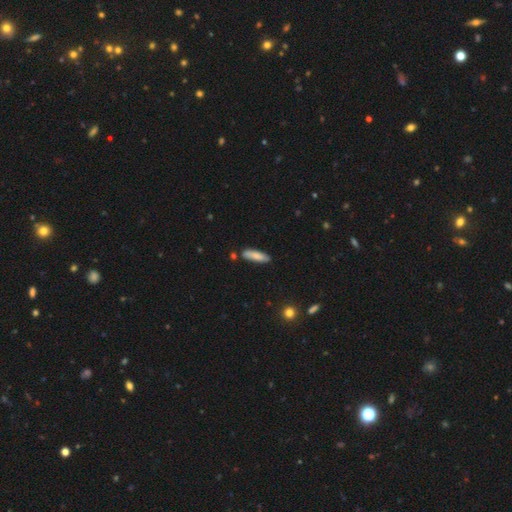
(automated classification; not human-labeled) This is likely a smooth galaxy (77%). How rounded: likely cigar-shaped (62%). Merging: clearly none (80%).